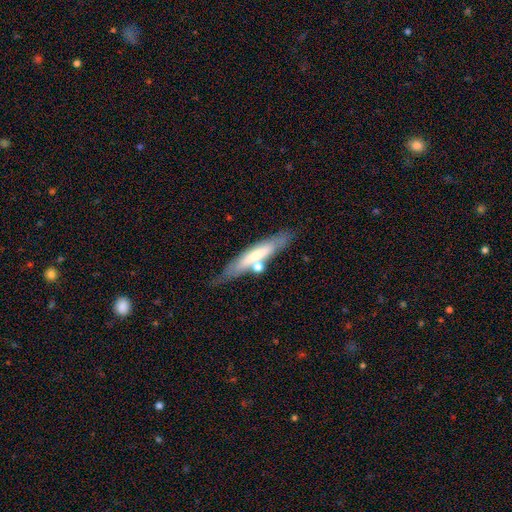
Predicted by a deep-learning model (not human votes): smooth_or_featured: featured or disk (p=0.50) [alt: smooth p=0.42]
disk_edge_on: yes (p=0.81) [alt: no p=0.19]
merging: none (p=0.73) [alt: minor disturbance p=0.16]